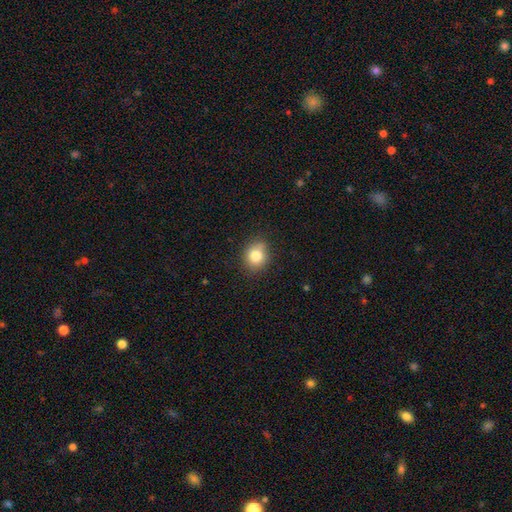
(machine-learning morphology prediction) smooth_or_featured: smooth (p=0.81) [alt: star or artifact p=0.11]
how_rounded: round (p=0.71) [alt: in between p=0.28]
merging: none (p=0.81) [alt: minor disturbance p=0.14]